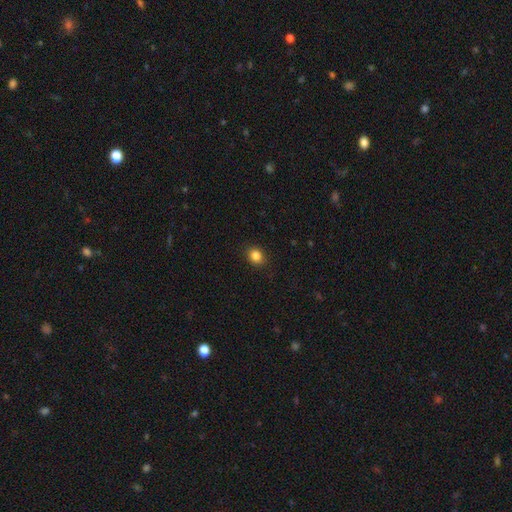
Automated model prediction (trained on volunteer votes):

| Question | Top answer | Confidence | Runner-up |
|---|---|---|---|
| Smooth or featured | smooth | 84% | star or artifact (11%) |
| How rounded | round | 68% | in between (31%) |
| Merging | none | 89% | minor disturbance (8%) |